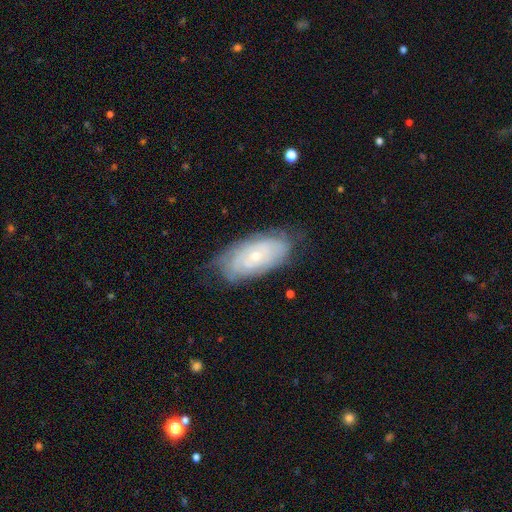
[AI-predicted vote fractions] Smooth or featured? featured or disk (66%)
Edge-on disk? no (91%)
Bar? no (82%)
Spiral arms? yes (77%)
Bulge size? small (70%)
Merging? none (69%)